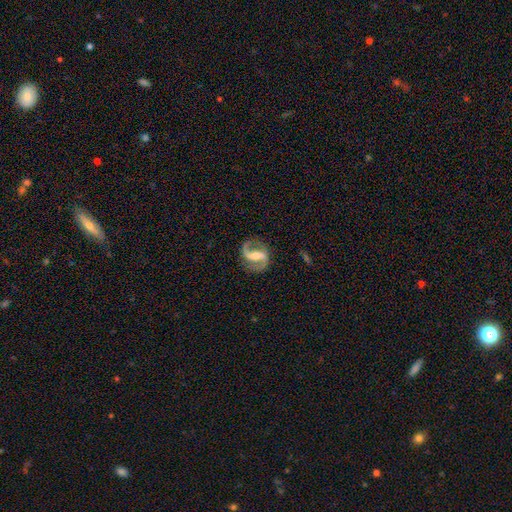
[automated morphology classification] The model was most divided on "bar": strong: 44%, weak: 39%, no: 17%. Remaining: edge-on disk — no (98%); spiral arms — yes (97%); spiral arm count — 2 (93%); smooth or featured — featured or disk (91%); merging — none (83%); spiral winding — medium (52%); bulge size — moderate (48%).